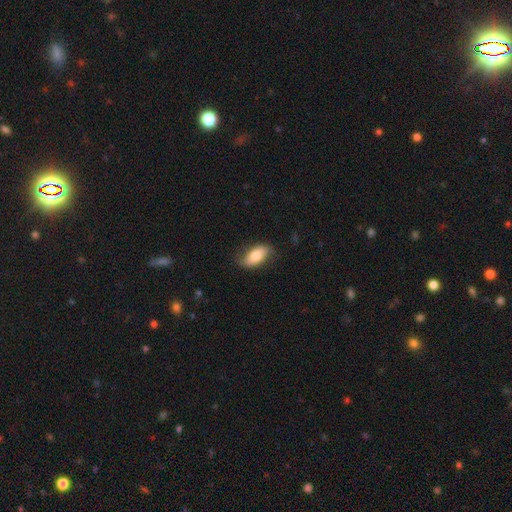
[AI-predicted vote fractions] smooth-or-featured: smooth: 64% | featured or disk: 30% | star or artifact: 6%
  how-rounded: in between: 89% | cigar-shaped: 6% | round: 4%
  merging: none: 70% | minor disturbance: 23% | major disturbance: 7% | merger: 1%